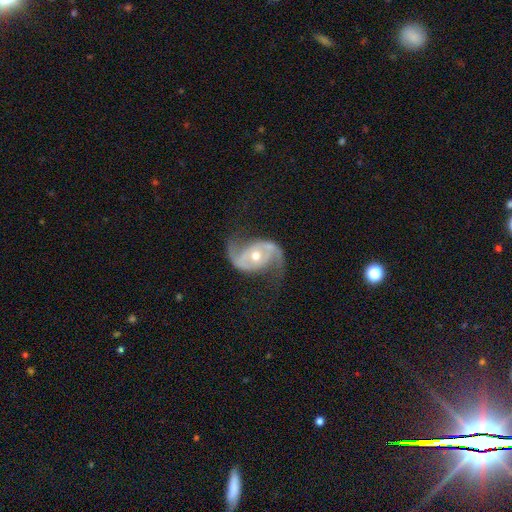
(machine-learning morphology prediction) Smooth or featured? featured or disk (91%)
Edge-on disk? no (97%)
Bar? no (46%)
Spiral arms? yes (97%)
Spiral winding? loose (52%)
Spiral arm count? 2 (94%)
Bulge size? moderate (64%)
Merging? none (74%)